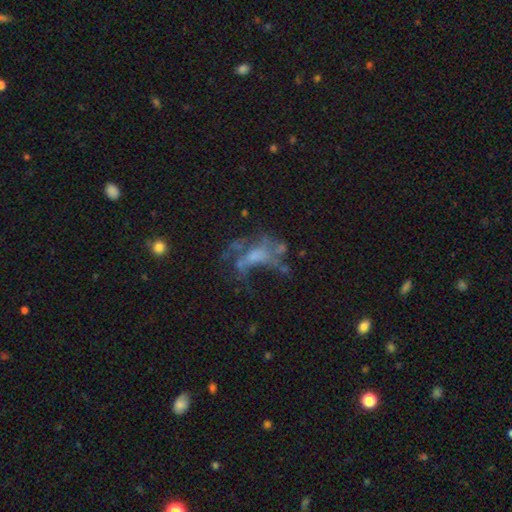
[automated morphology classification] Smooth or featured: featured or disk — 57% (smooth — 24%)
Edge-on disk: no — 96% (yes — 4%)
Bar: no — 78% (weak — 17%)
Spiral arms: no — 74% (yes — 26%)
Bulge size: none — 47% (small — 26%)
Merging: major disturbance — 44% (none — 30%)